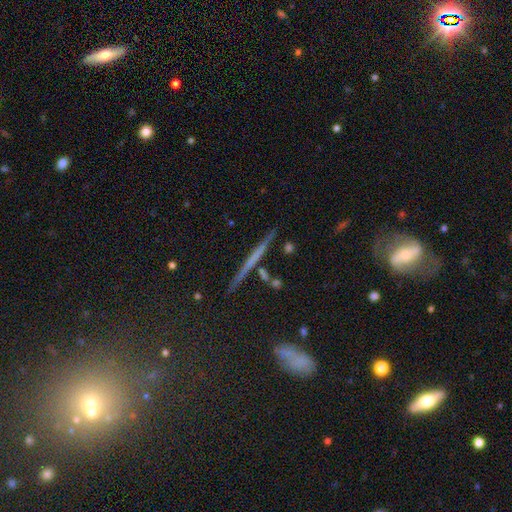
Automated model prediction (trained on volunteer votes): smooth_or_featured: featured or disk (p=0.58) [alt: smooth p=0.29]
disk_edge_on: yes (p=0.97) [alt: no p=0.03]
edge_on_bulge: none (p=0.81) [alt: rounded p=0.13]
merging: none (p=0.88) [alt: minor disturbance p=0.08]